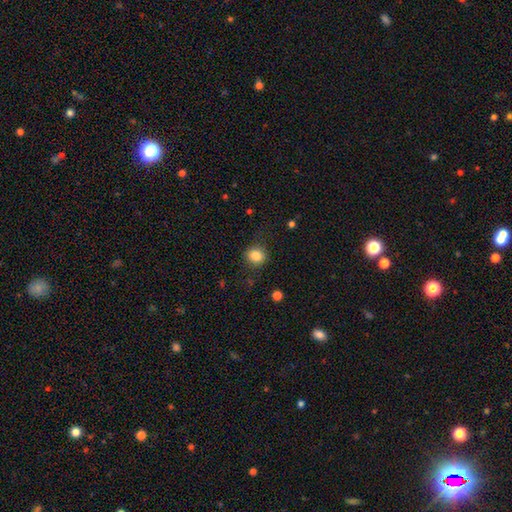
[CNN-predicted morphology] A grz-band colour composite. It shows a smooth galaxy with no disk features (84%) that is round (79%). Merging: none (86%).